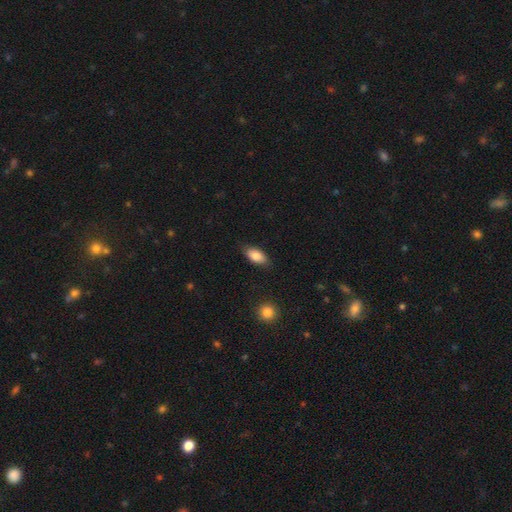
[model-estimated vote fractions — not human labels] Smooth or featured: smooth — 85% (featured or disk — 9%)
How rounded: in between — 90% (cigar-shaped — 7%)
Merging: none — 82% (minor disturbance — 14%)